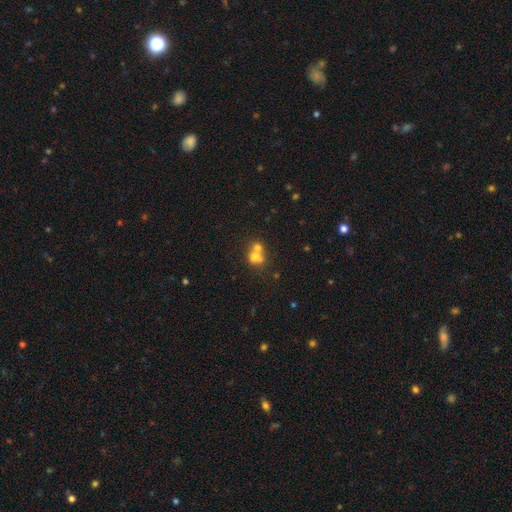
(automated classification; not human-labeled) smooth-or-featured: smooth: 66% | featured or disk: 21% | star or artifact: 14%
  how-rounded: round: 67% | in between: 32% | cigar-shaped: 1%
  merging: merger: 61% | none: 28% | minor disturbance: 7% | major disturbance: 4%